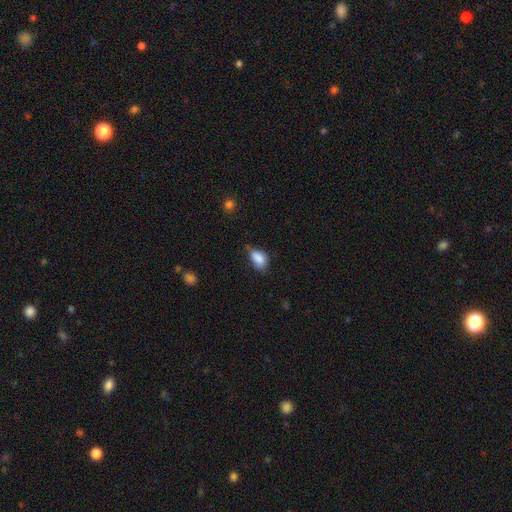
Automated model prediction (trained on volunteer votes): Morphology: type=smooth (86%); roundness=in between (86%); merging=none (56%).